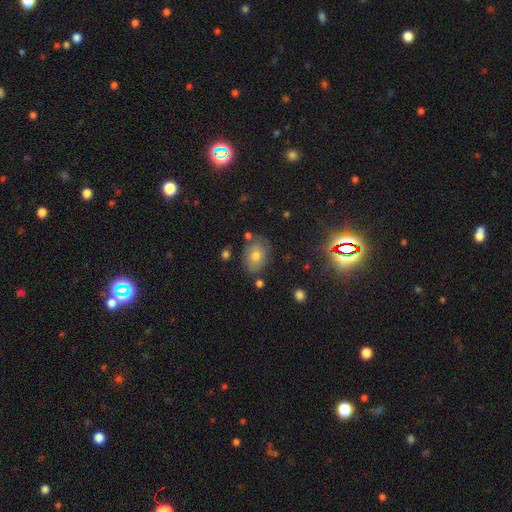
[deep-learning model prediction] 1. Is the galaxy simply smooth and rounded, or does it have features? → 65% smooth, 18% featured or disk, 17% star or artifact.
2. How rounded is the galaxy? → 75% in between, 23% round, 1% cigar-shaped.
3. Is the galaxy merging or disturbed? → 73% none, 16% minor disturbance, 6% merger, 4% major disturbance.